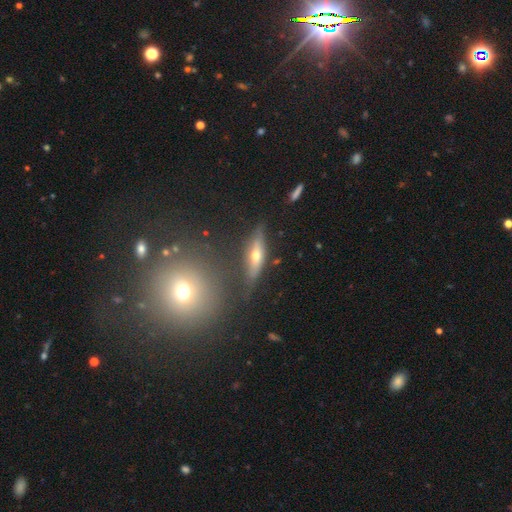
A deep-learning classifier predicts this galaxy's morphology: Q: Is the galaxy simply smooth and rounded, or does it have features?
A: featured or disk — 60%.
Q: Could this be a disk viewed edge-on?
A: yes — 79%.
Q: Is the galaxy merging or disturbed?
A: none — 76%.